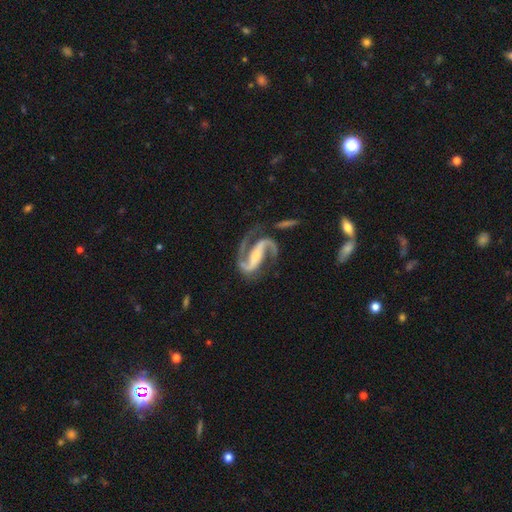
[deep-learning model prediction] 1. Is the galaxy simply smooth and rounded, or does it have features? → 94% featured or disk, 4% star or artifact, 3% smooth.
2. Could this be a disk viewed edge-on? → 97% no, 3% yes.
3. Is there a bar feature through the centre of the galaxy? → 62% strong, 23% weak, 15% no.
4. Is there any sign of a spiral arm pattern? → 98% yes, 2% no.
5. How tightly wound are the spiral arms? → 60% medium, 21% loose, 19% tight.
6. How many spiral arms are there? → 94% 2, 2% 1, 1% 3, 1% can't tell, 1% 4, 1% more than 4.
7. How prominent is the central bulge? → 51% small, 38% moderate, 6% none, 4% large, 1% dominant.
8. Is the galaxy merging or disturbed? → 72% none, 16% minor disturbance, 10% major disturbance, 3% merger.